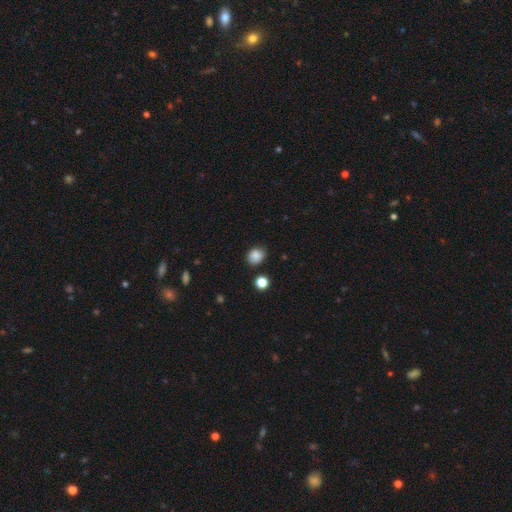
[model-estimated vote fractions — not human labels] smooth 85%, star or artifact 10%, featured or disk 4%. Down the decision tree: how rounded — round (61%); merging — none (80%).